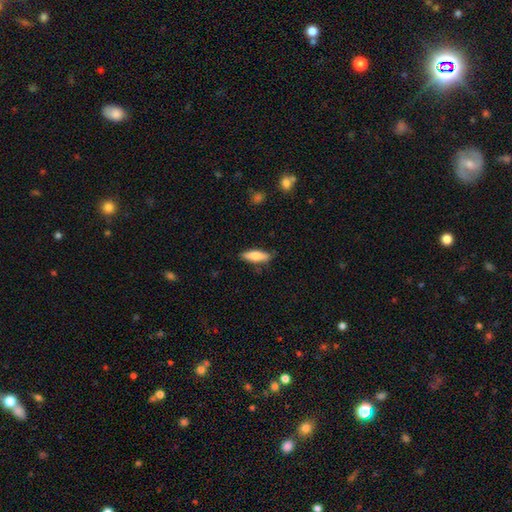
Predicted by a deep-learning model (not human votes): Q: Smooth or featured?
A: smooth (76%); runner-up: featured or disk (18%)
Q: How rounded?
A: cigar-shaped (50%); runner-up: in between (48%)
Q: Merging?
A: none (82%); runner-up: minor disturbance (14%)